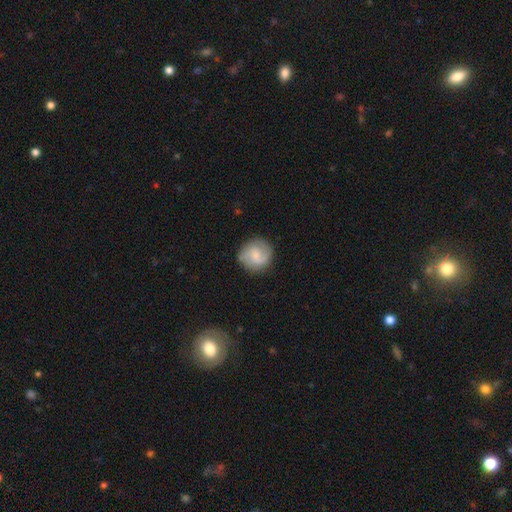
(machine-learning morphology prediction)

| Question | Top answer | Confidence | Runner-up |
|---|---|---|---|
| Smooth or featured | featured or disk | 60% | smooth (33%) |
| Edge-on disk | no | 98% | yes (2%) |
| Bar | weak | 48% | no (45%) |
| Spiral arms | yes | 93% | no (7%) |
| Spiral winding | medium | 47% | tight (29%) |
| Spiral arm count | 2 | 80% | can't tell (8%) |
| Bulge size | small | 46% | moderate (25%) |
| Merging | none | 82% | minor disturbance (13%) |